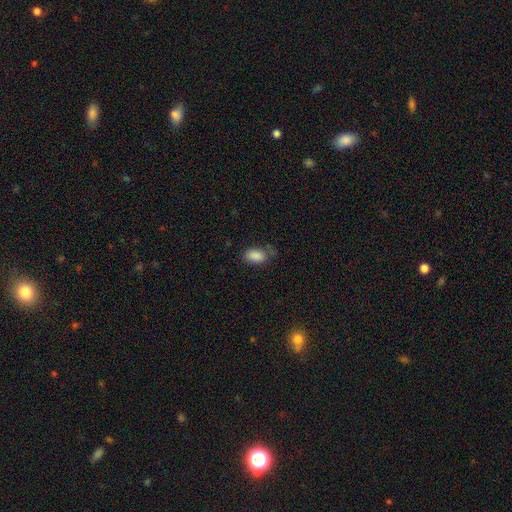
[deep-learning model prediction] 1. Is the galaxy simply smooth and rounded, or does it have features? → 86% smooth, 8% star or artifact, 5% featured or disk.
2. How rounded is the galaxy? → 91% in between, 8% round, 2% cigar-shaped.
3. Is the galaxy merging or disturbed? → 60% none, 27% minor disturbance, 10% major disturbance, 3% merger.